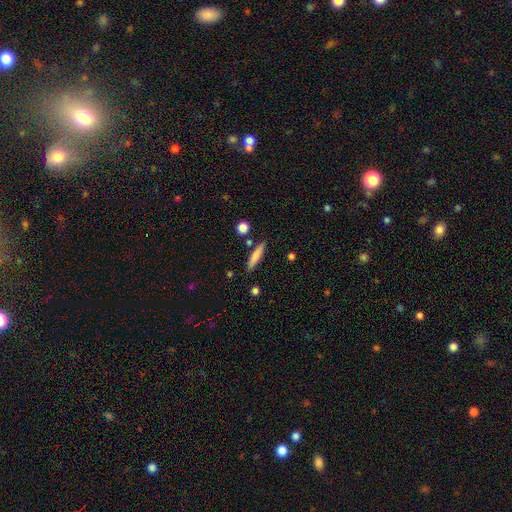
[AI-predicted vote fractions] Smooth or featured? smooth (78%)
How rounded? cigar-shaped (87%)
Merging? none (85%)